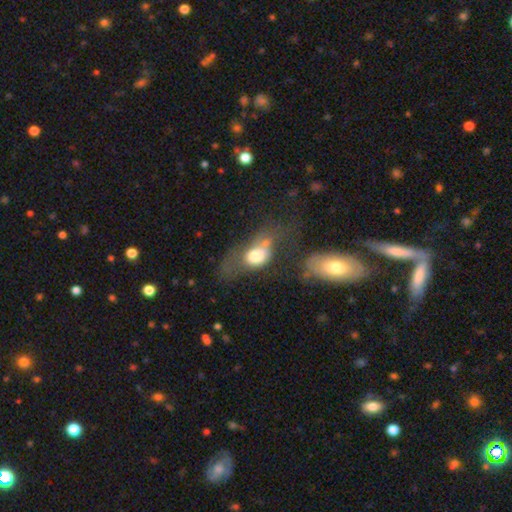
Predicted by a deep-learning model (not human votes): smooth-or-featured: smooth: 67% | featured or disk: 23% | star or artifact: 10%
  how-rounded: in between: 72% | round: 25% | cigar-shaped: 3%
  merging: major disturbance: 36% | merger: 27% | none: 20% | minor disturbance: 17%